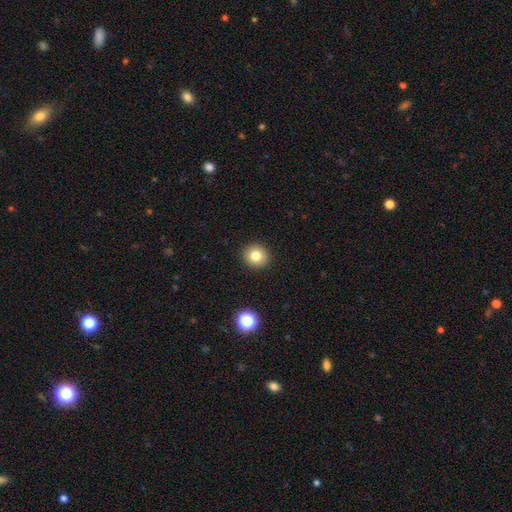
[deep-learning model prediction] The model was most divided on "smooth or featured": smooth: 80%, star or artifact: 12%, featured or disk: 9%. More confident: merging — none (92%); how rounded — round (90%).